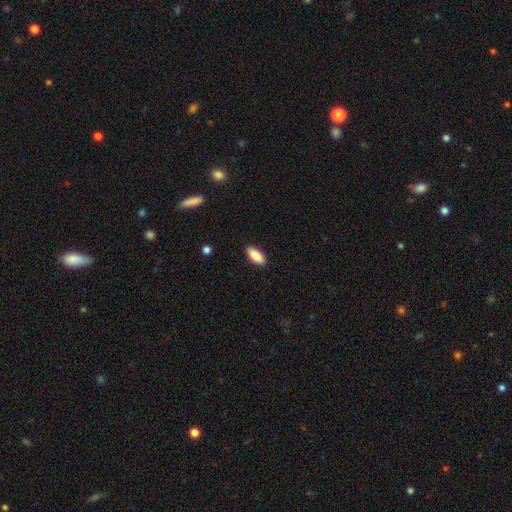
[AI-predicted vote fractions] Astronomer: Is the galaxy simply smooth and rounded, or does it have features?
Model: smooth — 89%.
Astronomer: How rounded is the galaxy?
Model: in between — 83%.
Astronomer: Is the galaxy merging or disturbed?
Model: none — 89%.